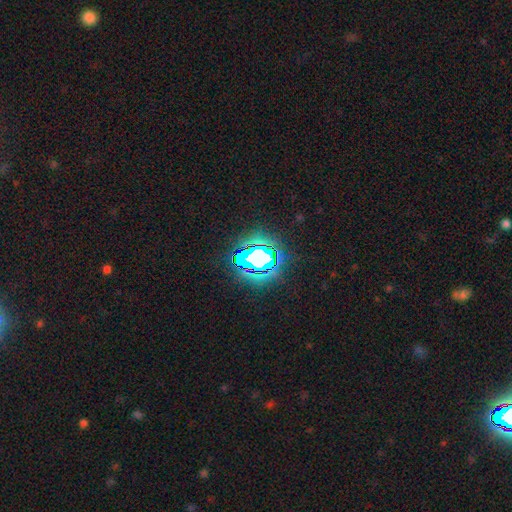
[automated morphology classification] Smooth or featured? star or artifact (71%)